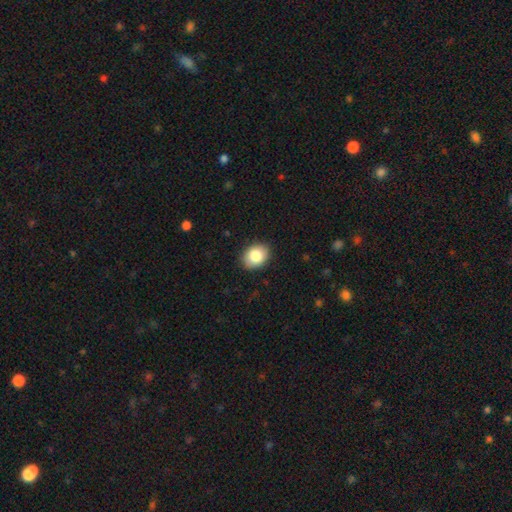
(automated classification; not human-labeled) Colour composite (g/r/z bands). It shows a smooth galaxy with no disk features (84%) that is in between round and cigar-shaped (64%). Merging: none (88%).